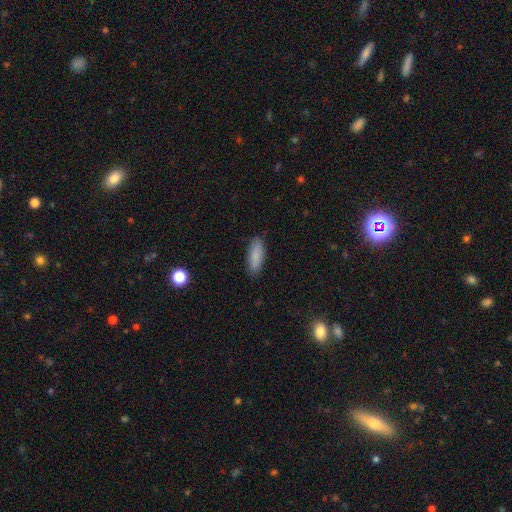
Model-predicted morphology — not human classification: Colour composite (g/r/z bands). It shows a smooth galaxy with no disk features (85%) that is in between round and cigar-shaped (59%). Merging: none (87%).